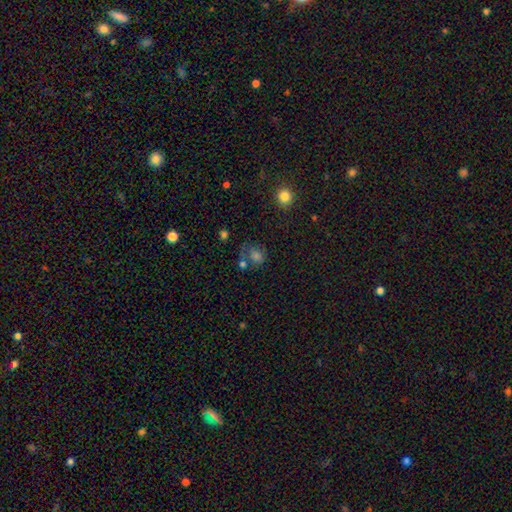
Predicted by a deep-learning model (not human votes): smooth 58%, star or artifact 23%, featured or disk 19%. Down the decision tree: how rounded — round (58%); merging — none (46%).